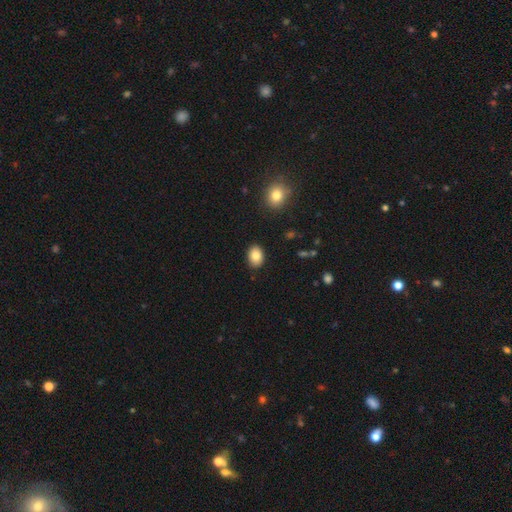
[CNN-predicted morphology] Smooth or featured?
  - smooth: 85% *
  - star or artifact: 8%
  - featured or disk: 7%
How rounded?
  - in between: 75% *
  - round: 24%
  - cigar-shaped: 1%
Merging?
  - none: 89% *
  - minor disturbance: 8%
  - major disturbance: 2%
  - merger: 1%